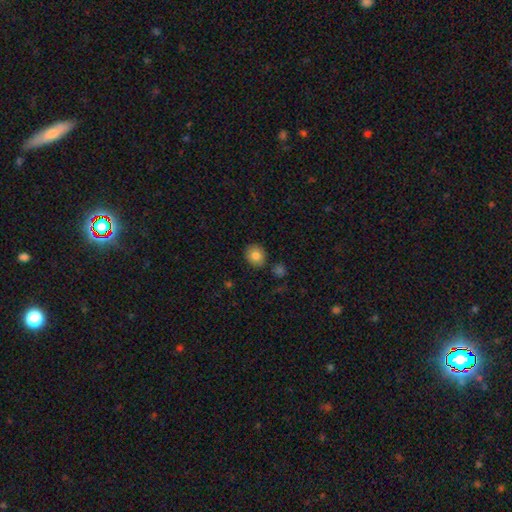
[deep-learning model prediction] Overall: smooth (82%). How rounded: round (77%). Merging: none (86%).